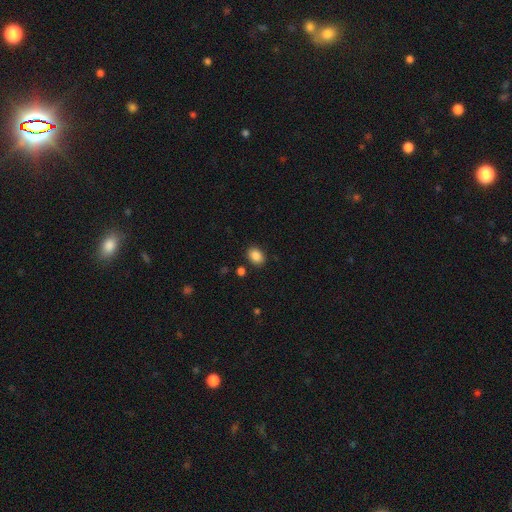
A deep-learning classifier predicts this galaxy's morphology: This is clearly a smooth galaxy (87%). How rounded: likely in between (65%). Merging: clearly none (86%).